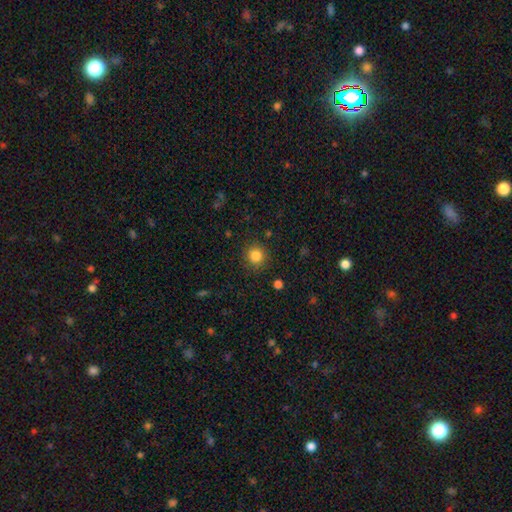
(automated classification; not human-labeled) smooth 84%, star or artifact 12%, featured or disk 5%. Down the decision tree: how rounded — round (92%); merging — none (88%).